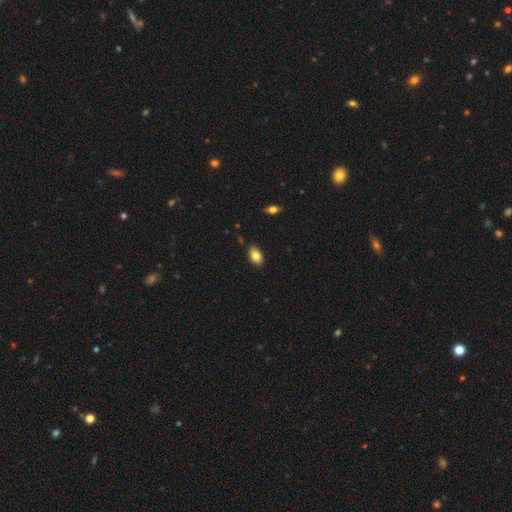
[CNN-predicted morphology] This is clearly a smooth galaxy (81%). How rounded: clearly in between (91%). Merging: clearly none (86%).